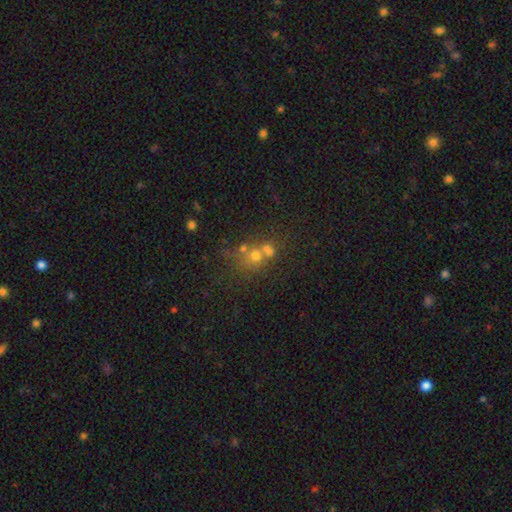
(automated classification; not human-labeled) Overall: smooth (54%; star or artifact 25%). How rounded: round (80%). Merging: merger (48%; none 39%).